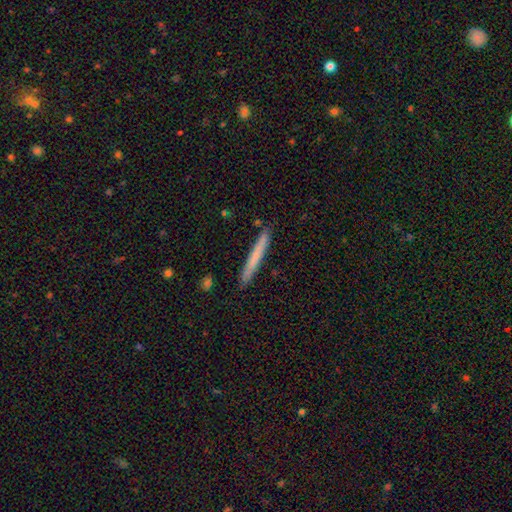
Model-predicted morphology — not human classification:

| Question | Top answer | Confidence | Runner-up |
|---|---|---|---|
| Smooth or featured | smooth | 67% | featured or disk (27%) |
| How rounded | cigar-shaped | 97% | in between (2%) |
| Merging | none | 89% | minor disturbance (8%) |